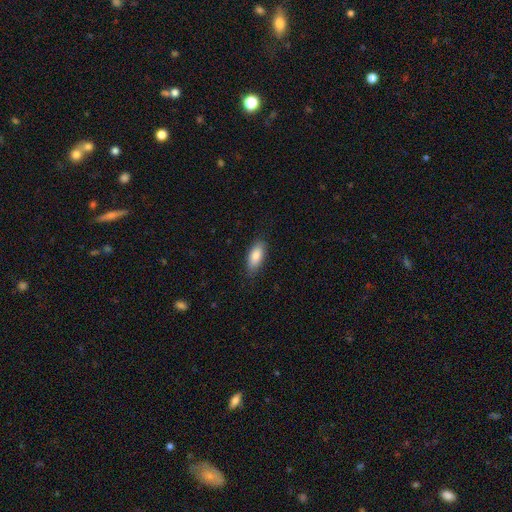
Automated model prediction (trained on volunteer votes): smooth_or_featured: smooth (p=0.86) [alt: featured or disk p=0.07]
how_rounded: in between (p=0.86) [alt: cigar-shaped p=0.12]
merging: none (p=0.83) [alt: minor disturbance p=0.13]